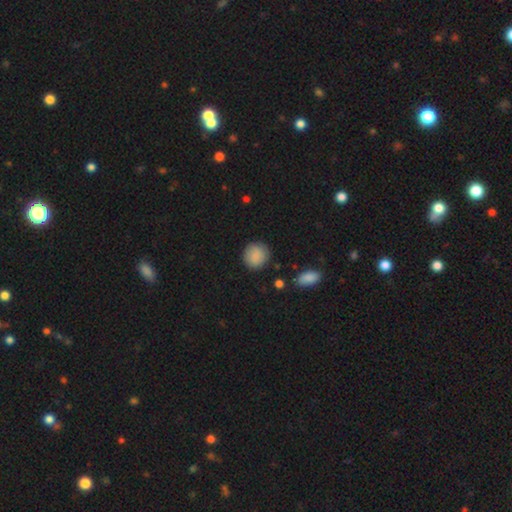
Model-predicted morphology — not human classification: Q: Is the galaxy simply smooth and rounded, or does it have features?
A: smooth — 88%.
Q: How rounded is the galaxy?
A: round — 87%.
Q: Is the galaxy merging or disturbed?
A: none — 86%.